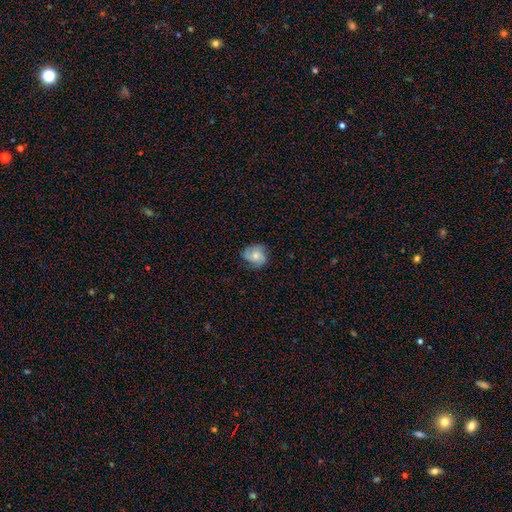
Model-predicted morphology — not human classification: Q: Smooth or featured?
A: smooth (48%); runner-up: featured or disk (43%)
Q: Merging?
A: none (72%); runner-up: minor disturbance (21%)